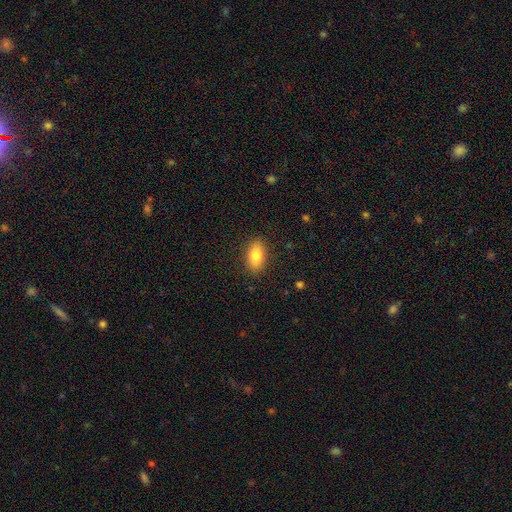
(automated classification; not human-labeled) Q: Smooth or featured?
A: smooth (83%); runner-up: featured or disk (10%)
Q: How rounded?
A: in between (89%); runner-up: cigar-shaped (6%)
Q: Merging?
A: none (87%); runner-up: minor disturbance (9%)